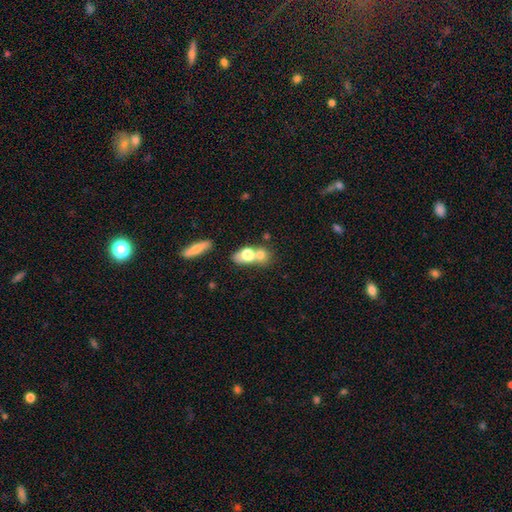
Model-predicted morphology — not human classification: This is likely a smooth galaxy (68%). How rounded: possibly in between (53%). Merging: possibly merger (60%).